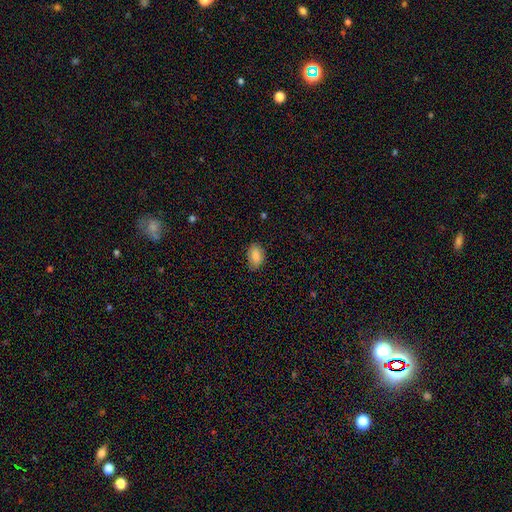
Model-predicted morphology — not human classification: smooth 84%, featured or disk 9%, star or artifact 8%. Down the decision tree: how rounded — in between (87%); merging — none (81%).